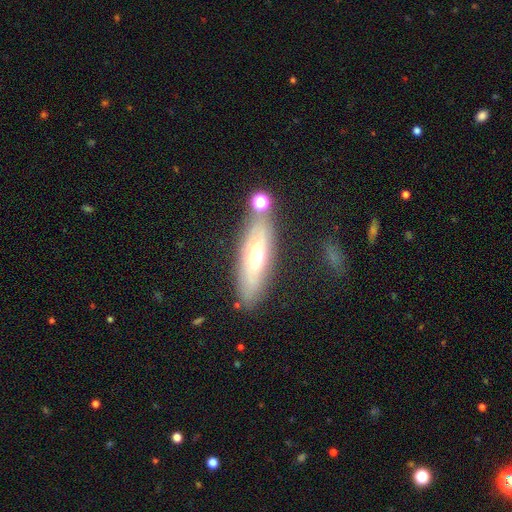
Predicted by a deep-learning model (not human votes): Smooth or featured?
  - featured or disk: 46% * (tied)
  - smooth: 46% * (tied)
  - star or artifact: 8%
Merging?
  - none: 75% *
  - minor disturbance: 14%
  - merger: 7%
  - major disturbance: 4%